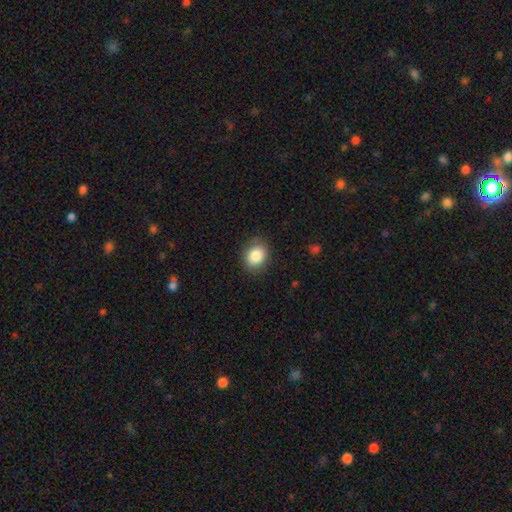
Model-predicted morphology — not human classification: smooth_or_featured: smooth (p=0.85) [alt: star or artifact p=0.09]
how_rounded: round (p=0.50) [alt: in between p=0.49]
merging: none (p=0.84) [alt: minor disturbance p=0.12]